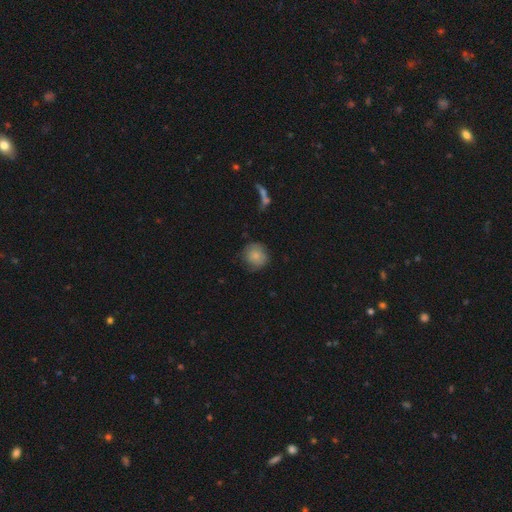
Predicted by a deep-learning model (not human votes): Smooth or featured?
  - smooth: 81% *
  - featured or disk: 11%
  - star or artifact: 8%
How rounded?
  - round: 91% *
  - in between: 8%
  - cigar-shaped: 1%
Merging?
  - none: 75% *
  - minor disturbance: 18%
  - major disturbance: 4%
  - merger: 2%